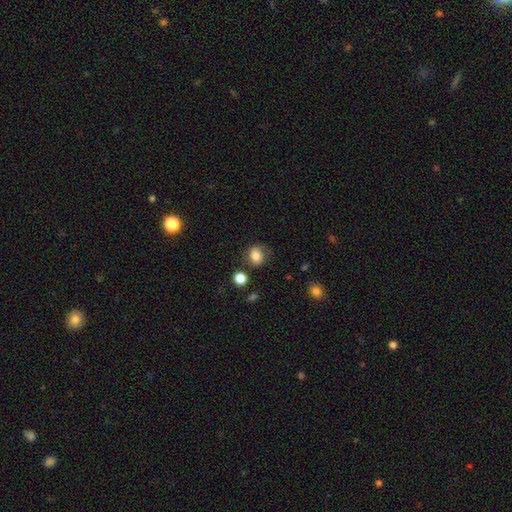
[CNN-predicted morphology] smooth 80%, star or artifact 10%, featured or disk 9%. Down the decision tree: how rounded — round (63%); merging — none (69%).